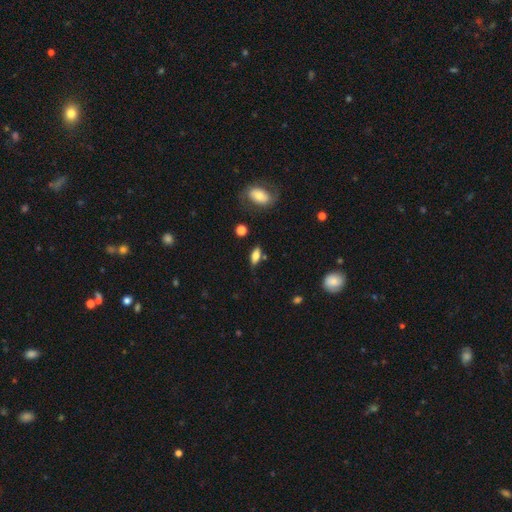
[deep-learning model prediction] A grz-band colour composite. It shows a smooth galaxy with no disk features (72%) that is in between round and cigar-shaped (81%). Merging: none (73%).